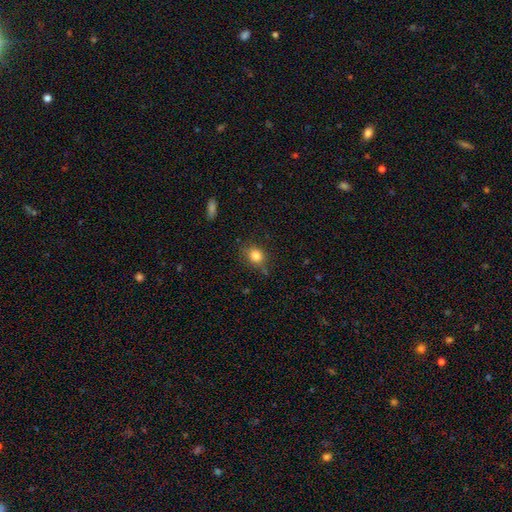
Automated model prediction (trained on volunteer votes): Overall: smooth (82%). How rounded: round (62%; in between 37%). Merging: none (70%).